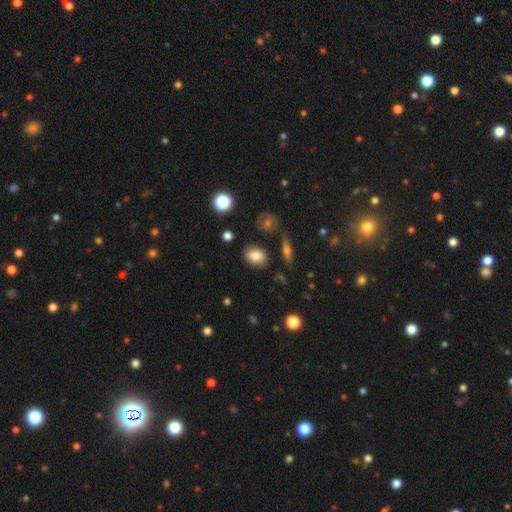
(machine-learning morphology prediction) Smooth or featured? smooth (82%)
How rounded? in between (69%)
Merging? none (83%)